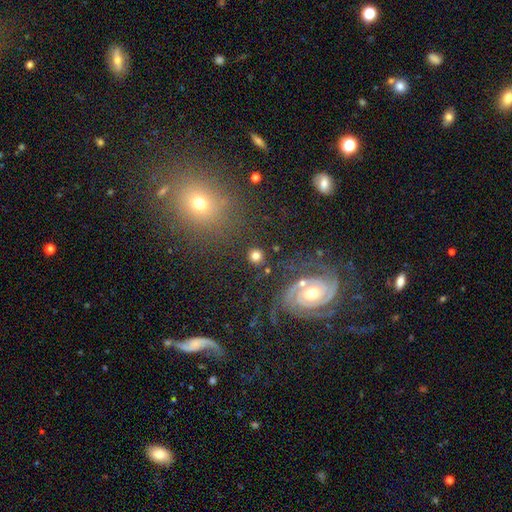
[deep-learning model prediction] This appears to be a smooth galaxy with no disk features (73%) that is round (88%). Merging: none (82%).